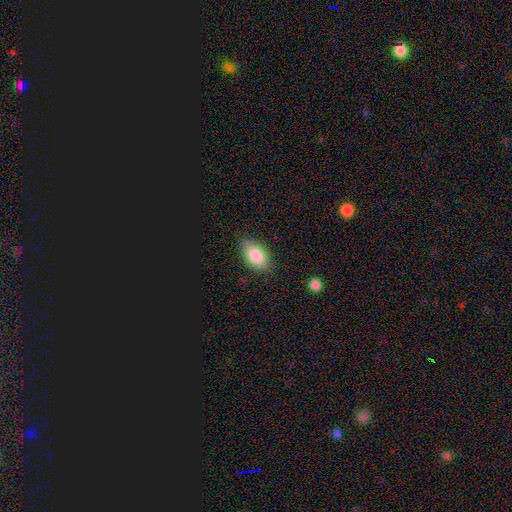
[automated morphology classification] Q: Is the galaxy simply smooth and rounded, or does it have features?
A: smooth — 84%.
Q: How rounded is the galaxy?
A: in between — 89%.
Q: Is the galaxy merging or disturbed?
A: none — 73%.